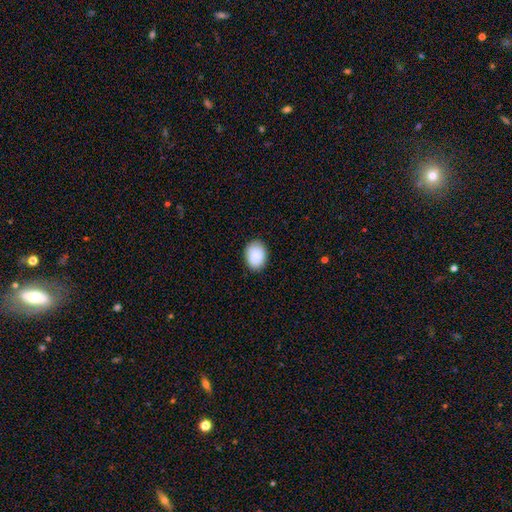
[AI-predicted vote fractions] Smooth or featured: smooth — 90% (star or artifact — 6%)
How rounded: in between — 70% (round — 29%)
Merging: none — 86% (minor disturbance — 10%)